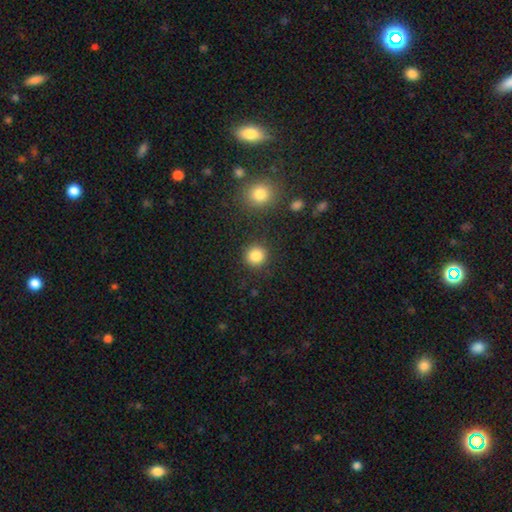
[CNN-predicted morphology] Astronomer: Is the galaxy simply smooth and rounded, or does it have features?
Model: smooth — 85%.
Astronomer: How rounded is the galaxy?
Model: round — 92%.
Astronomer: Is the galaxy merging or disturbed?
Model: none — 88%.